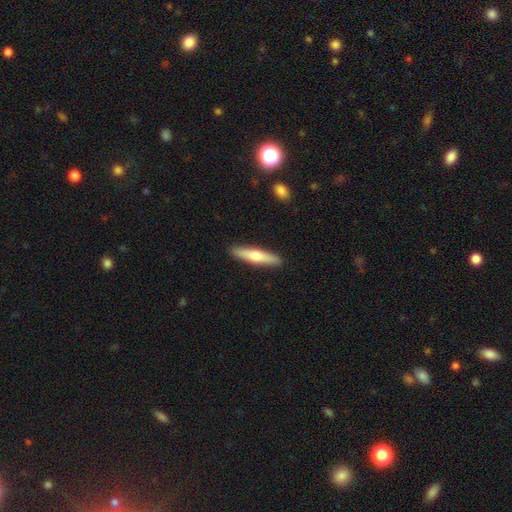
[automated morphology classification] smooth-or-featured: smooth: 56% | featured or disk: 38% | star or artifact: 5%
  how-rounded: cigar-shaped: 86% | in between: 12% | round: 2%
  merging: none: 91% | minor disturbance: 6% | major disturbance: 1% | merger: 1%